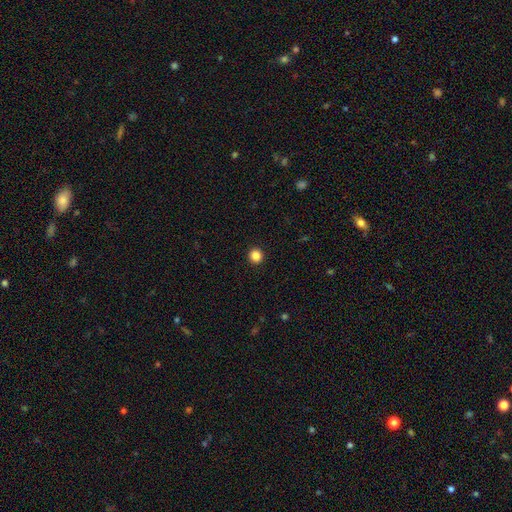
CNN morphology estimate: Q: Smooth or featured?
A: smooth (86%); runner-up: star or artifact (11%)
Q: How rounded?
A: round (95%); runner-up: in between (4%)
Q: Merging?
A: none (94%); runner-up: minor disturbance (4%)